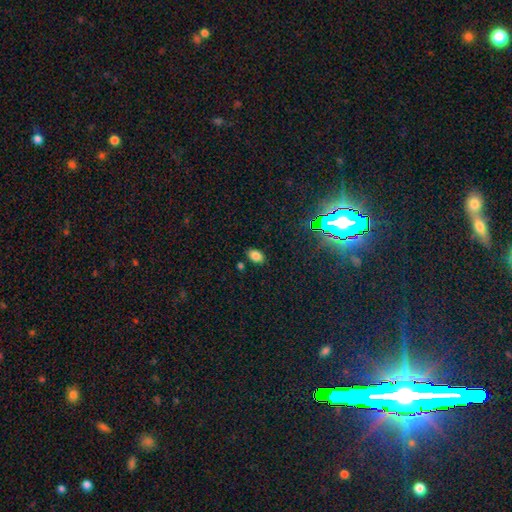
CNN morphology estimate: This appears to be a smooth galaxy with no disk features (79%) that is in between round and cigar-shaped (86%). Merging: none (83%).